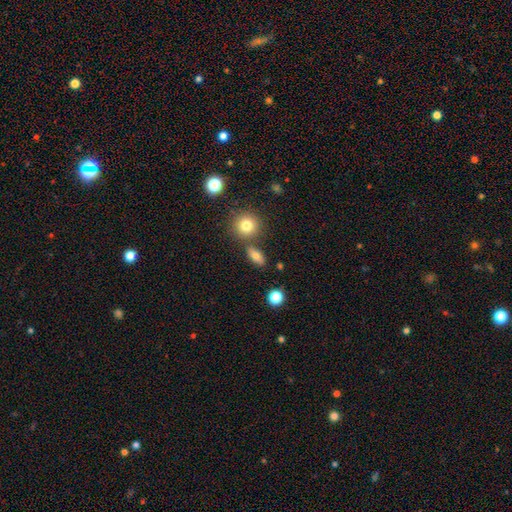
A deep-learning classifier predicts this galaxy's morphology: Smooth or featured? smooth (75%)
How rounded? in between (73%)
Merging? none (75%)